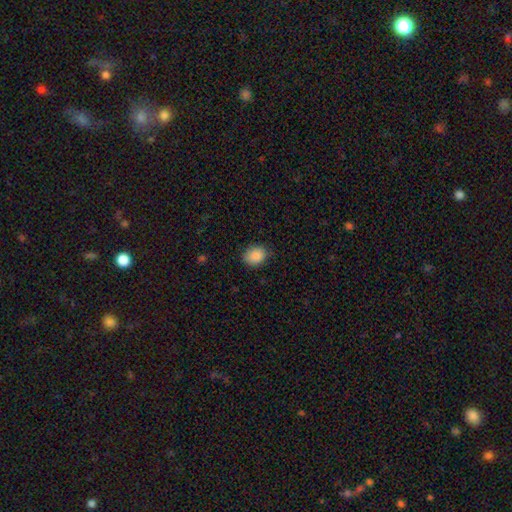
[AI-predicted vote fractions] Morphology: type=smooth (88%); roundness=round (50%, tied with in between); merging=none (82%).